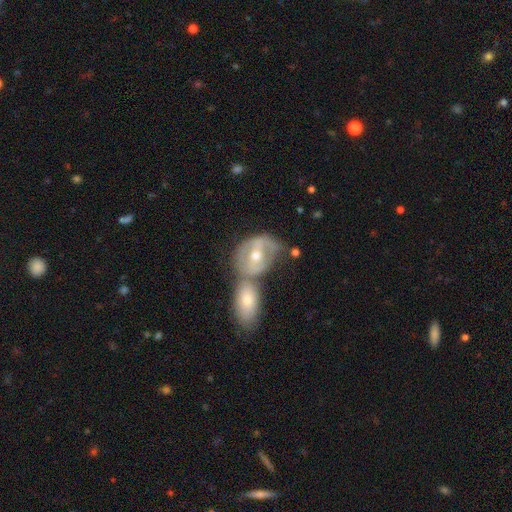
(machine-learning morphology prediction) A featured or disk galaxy (60%) with a weak bar (37%, tied with no), spiral arms (51%) and a moderate central bulge (64%). Merging: merger (48%).